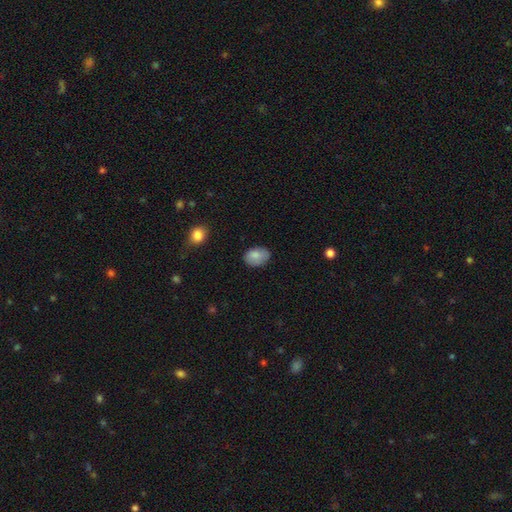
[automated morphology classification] type=smooth (84%); roundness=in between (77%); merging=none (76%).